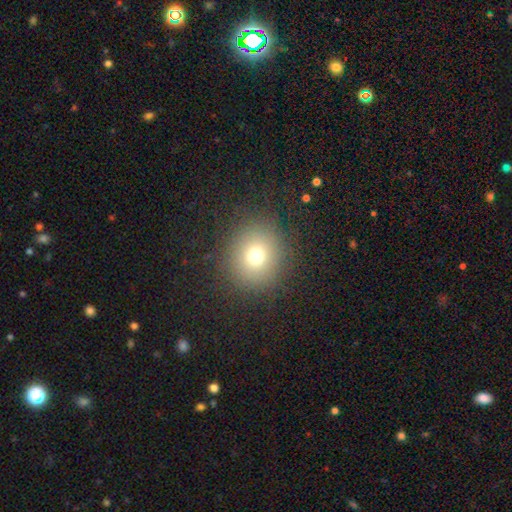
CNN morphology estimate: smooth 73%, star or artifact 17%, featured or disk 10%. Down the decision tree: how rounded — round (85%); merging — none (87%).